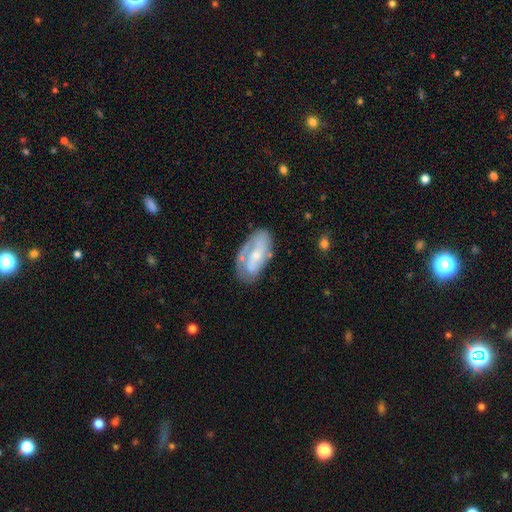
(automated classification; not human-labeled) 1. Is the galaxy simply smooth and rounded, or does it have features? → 63% featured or disk, 31% smooth, 6% star or artifact.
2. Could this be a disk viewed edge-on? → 92% no, 8% yes.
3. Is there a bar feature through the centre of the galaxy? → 56% no, 29% weak, 15% strong.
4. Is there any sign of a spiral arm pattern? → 68% yes, 32% no.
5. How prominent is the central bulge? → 59% small, 33% moderate, 4% none, 3% large, 1% dominant.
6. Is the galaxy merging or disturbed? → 61% none, 25% minor disturbance, 11% major disturbance, 4% merger.